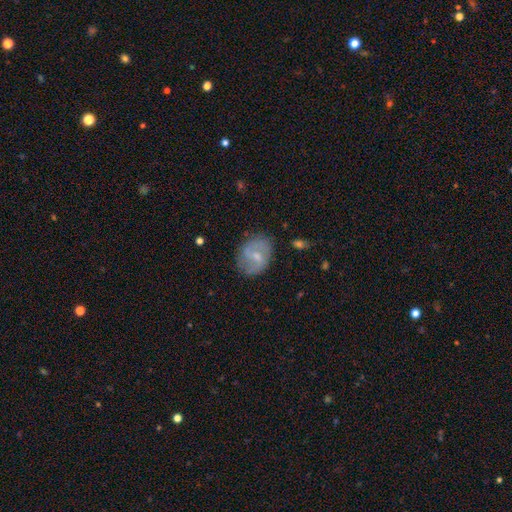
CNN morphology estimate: smooth_or_featured: featured or disk (p=0.58) [alt: smooth p=0.35]
disk_edge_on: no (p=0.97) [alt: yes p=0.03]
bar: weak (p=0.58) [alt: no p=0.25]
has_spiral_arms: yes (p=0.77) [alt: no p=0.23]
bulge_size: small (p=0.53) [alt: moderate p=0.37]
merging: none (p=0.73) [alt: minor disturbance p=0.19]